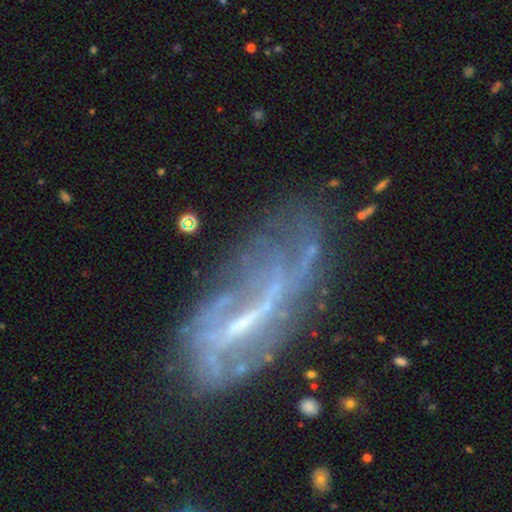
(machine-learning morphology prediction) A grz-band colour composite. It shows a featured or disk galaxy (75%) with a strong bar (42%), spiral arms (59%) and a small central bulge (42%). Merging: none (43%).